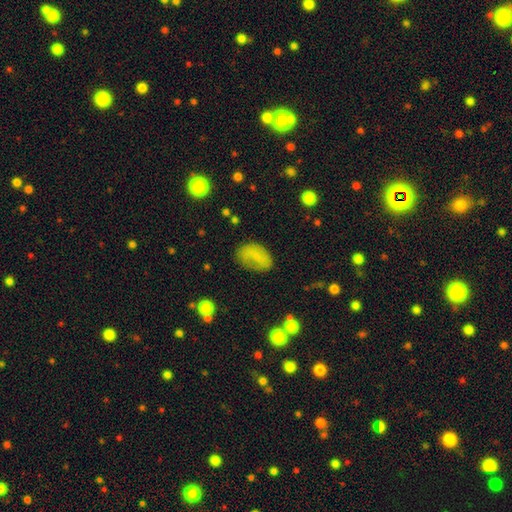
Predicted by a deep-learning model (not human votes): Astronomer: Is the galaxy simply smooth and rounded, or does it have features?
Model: smooth — 69%.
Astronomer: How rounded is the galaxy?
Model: in between — 85%.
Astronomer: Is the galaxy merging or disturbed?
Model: none — 65%.